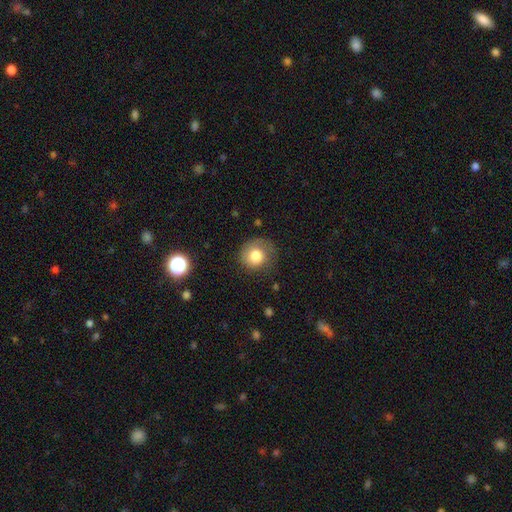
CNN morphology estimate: Smooth or featured: smooth — 78% (featured or disk — 13%)
How rounded: round — 82% (in between — 17%)
Merging: none — 64% (minor disturbance — 23%)